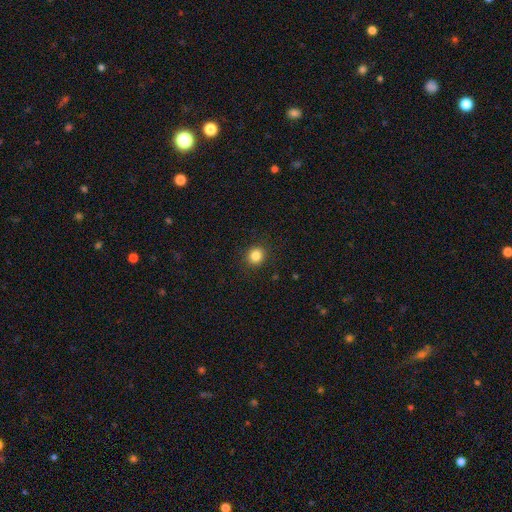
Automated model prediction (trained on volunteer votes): Smooth or featured: smooth — 85% (star or artifact — 11%)
How rounded: round — 89% (in between — 10%)
Merging: none — 91% (minor disturbance — 6%)